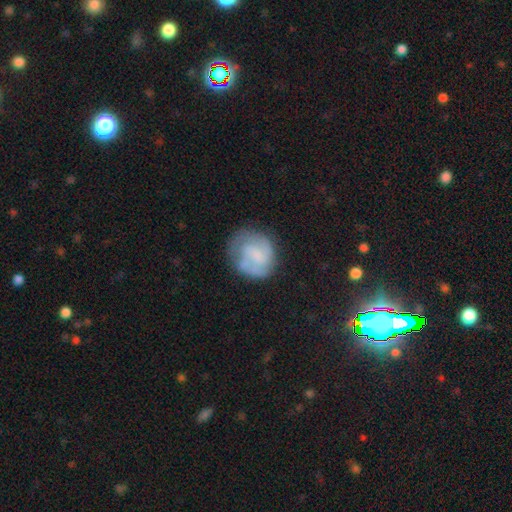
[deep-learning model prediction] This appears to be a featured or disk galaxy (55%) with no bar (50%), spiral arms (80%) and no central bulge (46%). Merging: none (62%).